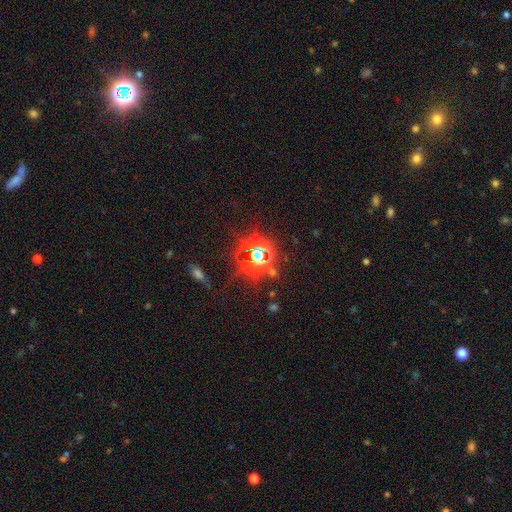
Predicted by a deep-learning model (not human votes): star or artifact 77%, smooth 14%, featured or disk 9%.